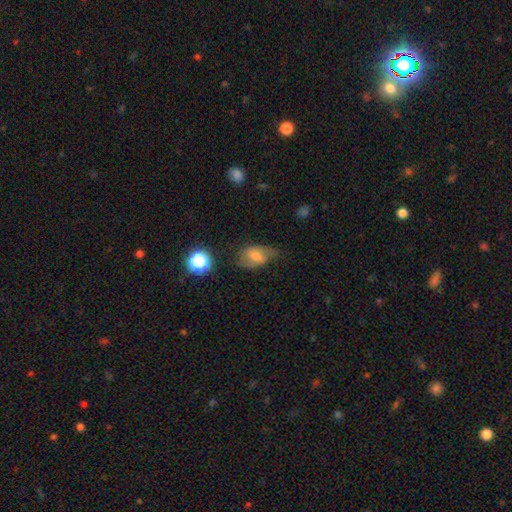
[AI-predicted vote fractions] smooth_or_featured: smooth (p=0.49) [alt: featured or disk p=0.39]
merging: none (p=0.53) [alt: minor disturbance p=0.31]